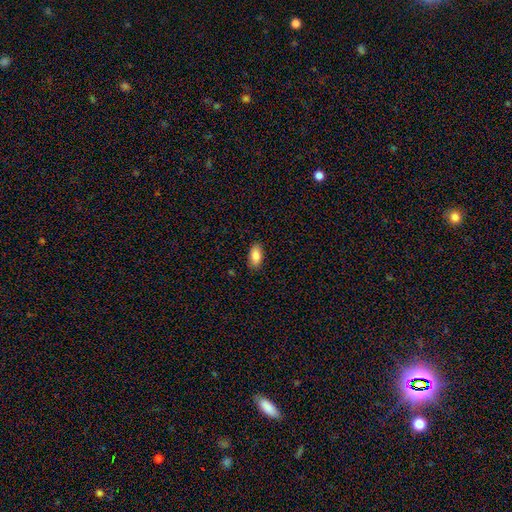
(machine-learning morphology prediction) Overall: smooth (87%). How rounded: in between (92%). Merging: none (87%).